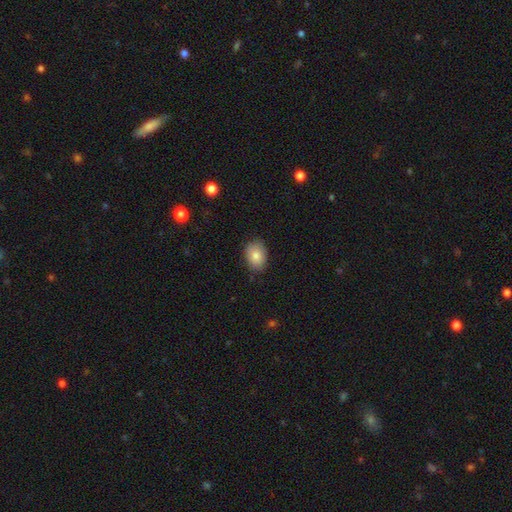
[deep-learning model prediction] Smooth or featured? Predicted: smooth (p=0.83). How rounded? Predicted: in between (p=0.67). Merging? Predicted: none (p=0.83).